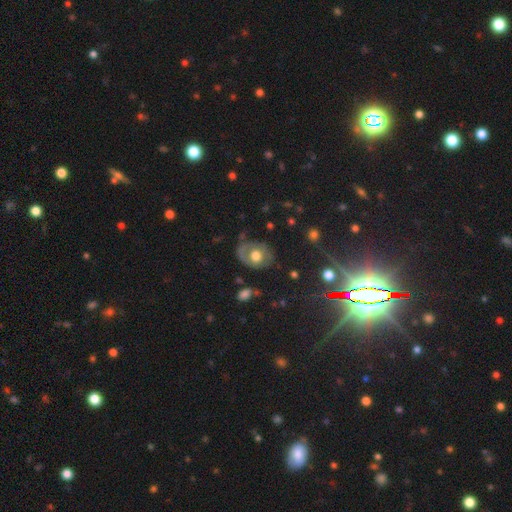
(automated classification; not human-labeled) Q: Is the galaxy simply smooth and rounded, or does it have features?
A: smooth — 50%.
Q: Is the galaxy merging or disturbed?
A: none — 64%.